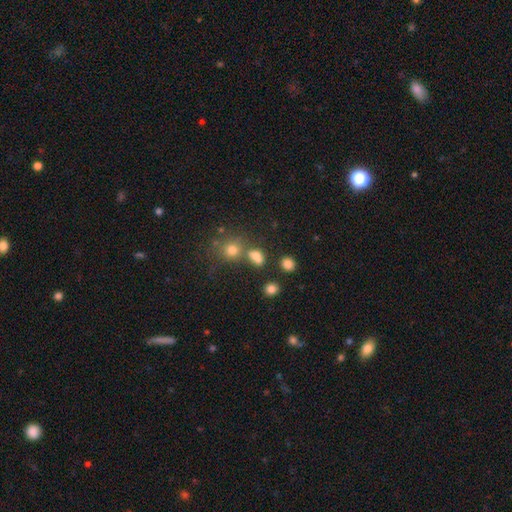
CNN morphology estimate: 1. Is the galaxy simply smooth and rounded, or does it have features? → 75% smooth, 16% star or artifact, 9% featured or disk.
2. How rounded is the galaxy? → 51% round, 47% in between, 2% cigar-shaped.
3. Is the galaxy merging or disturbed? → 55% none, 27% merger, 12% minor disturbance, 6% major disturbance.